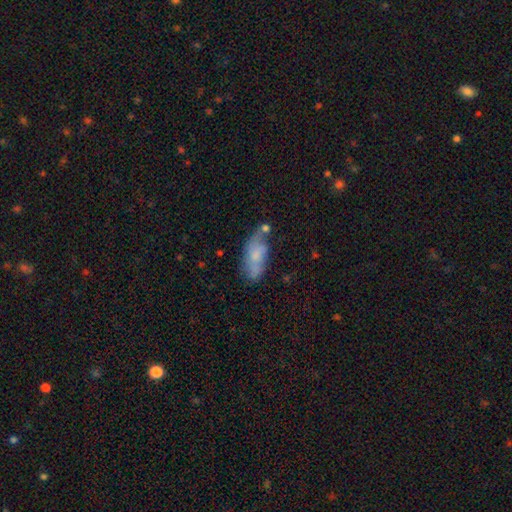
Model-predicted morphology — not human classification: Smooth or featured: smooth — 57% (featured or disk — 35%)
How rounded: in between — 81% (cigar-shaped — 16%)
Merging: none — 47% (minor disturbance — 27%)